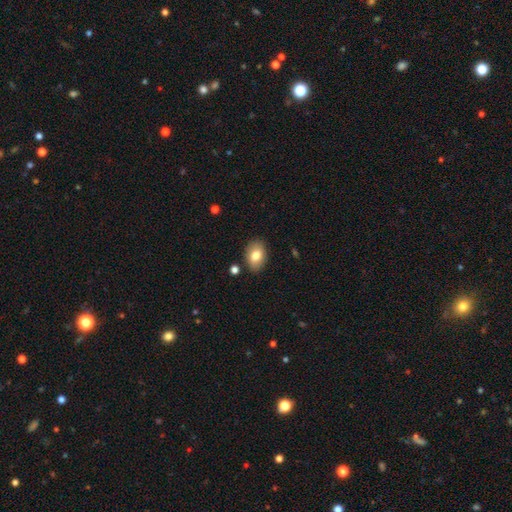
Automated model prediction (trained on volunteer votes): Overall: smooth (79%). How rounded: in between (83%). Merging: none (85%).